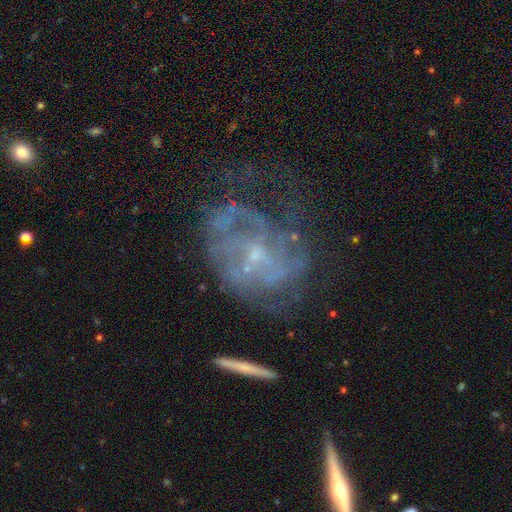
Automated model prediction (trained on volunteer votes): Smooth or featured? Predicted: featured or disk (p=0.74). Edge-on disk? Predicted: no (p=0.97). Bar? Predicted: no (p=0.63). Spiral arms? Predicted: yes (p=0.62). Bulge size? Predicted: small (p=0.68). Merging? Predicted: none (p=0.40).